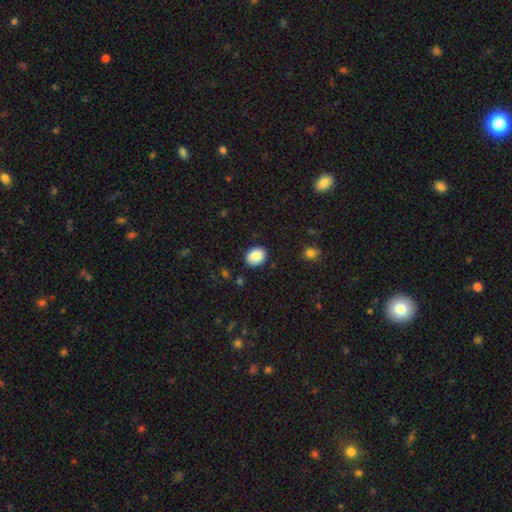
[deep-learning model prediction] Overall: smooth (87%). How rounded: in between (50%; round 49%). Merging: none (87%).